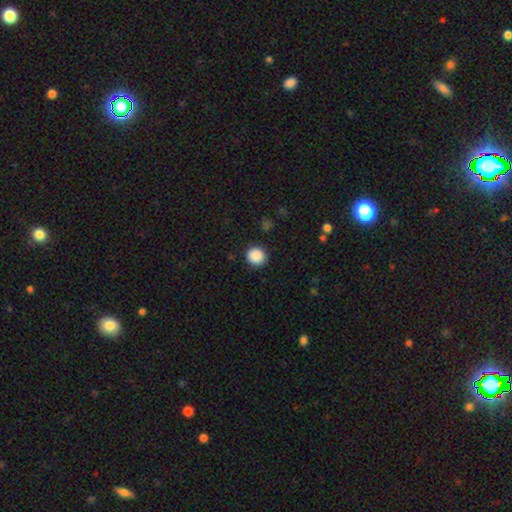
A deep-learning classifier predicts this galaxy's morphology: Q: Smooth or featured?
A: smooth (89%); runner-up: star or artifact (8%)
Q: How rounded?
A: round (91%); runner-up: in between (8%)
Q: Merging?
A: none (91%); runner-up: minor disturbance (6%)